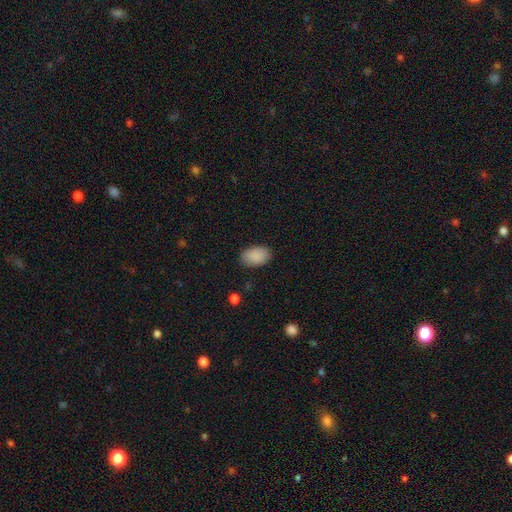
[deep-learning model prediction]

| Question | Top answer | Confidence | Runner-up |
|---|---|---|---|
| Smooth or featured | smooth | 90% | star or artifact (7%) |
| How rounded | in between | 91% | round (8%) |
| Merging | none | 85% | minor disturbance (11%) |